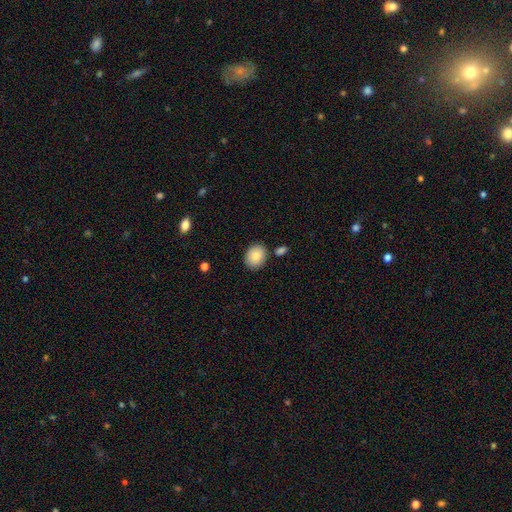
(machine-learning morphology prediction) A smooth galaxy with no disk features (85%) that is round (51%). Merging: none (82%).